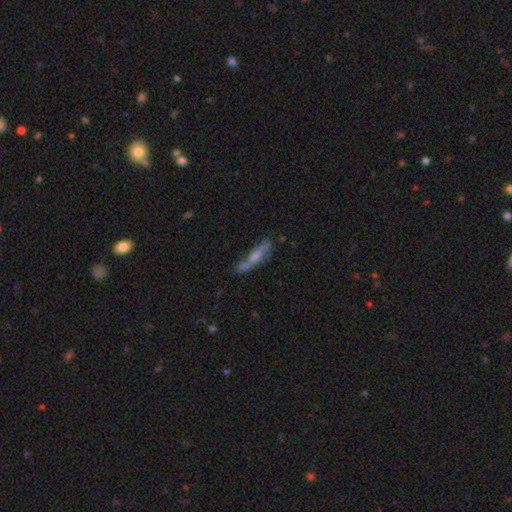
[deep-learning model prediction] Smooth or featured? Predicted: smooth (p=0.46). Merging? Predicted: none (p=0.49).